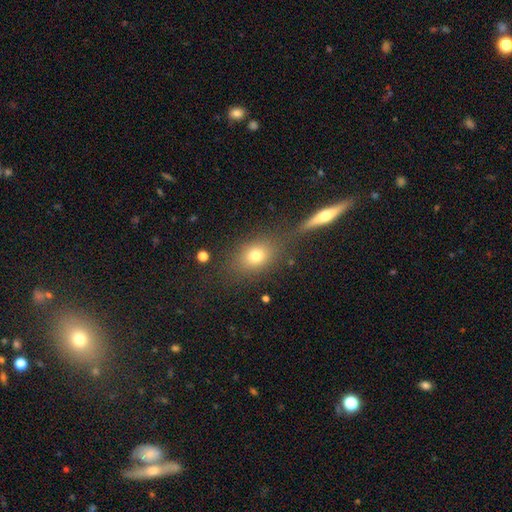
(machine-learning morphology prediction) This appears to be a smooth galaxy with no disk features (74%) that is in between round and cigar-shaped (56%). Merging: none (69%).